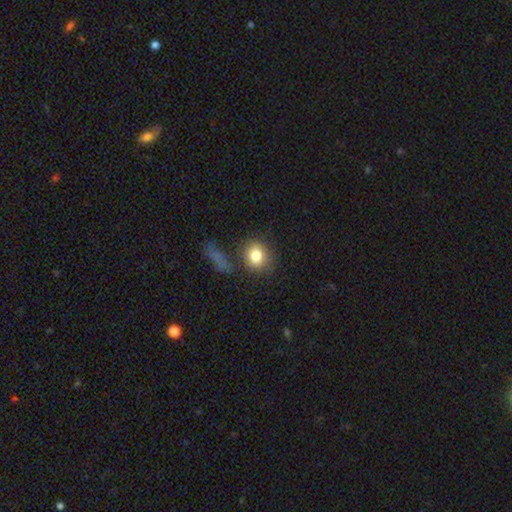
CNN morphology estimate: Q: Smooth or featured?
A: smooth (82%); runner-up: star or artifact (10%)
Q: How rounded?
A: round (78%); runner-up: in between (20%)
Q: Merging?
A: none (72%); runner-up: minor disturbance (14%)